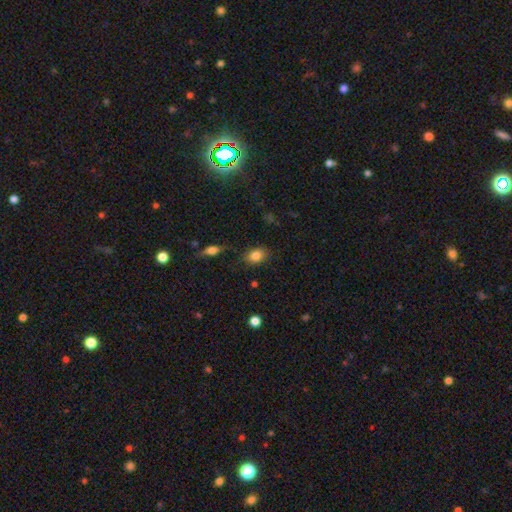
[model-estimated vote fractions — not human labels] smooth-or-featured: smooth: 83% | star or artifact: 9% | featured or disk: 7%
  how-rounded: in between: 68% | round: 31% | cigar-shaped: 2%
  merging: none: 77% | minor disturbance: 16% | major disturbance: 4% | merger: 3%